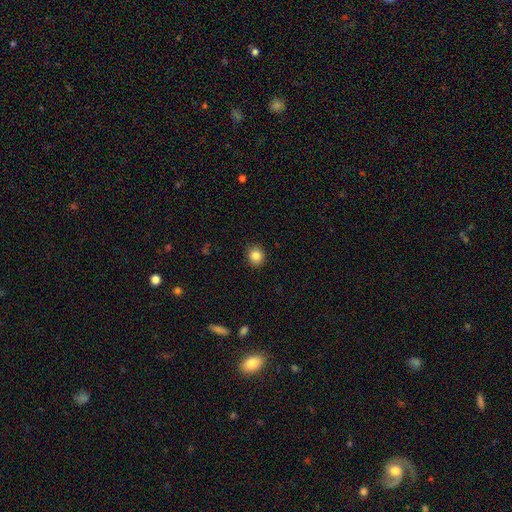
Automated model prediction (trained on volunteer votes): Smooth or featured: smooth — 85% (star or artifact — 10%)
How rounded: round — 81% (in between — 18%)
Merging: none — 90% (minor disturbance — 7%)